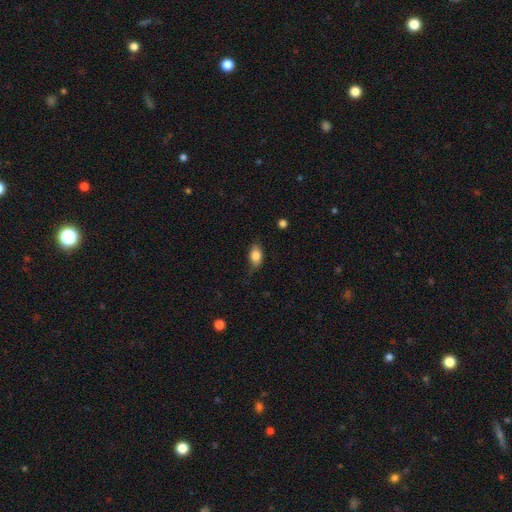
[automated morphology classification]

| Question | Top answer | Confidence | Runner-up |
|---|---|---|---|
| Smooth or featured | smooth | 83% | featured or disk (9%) |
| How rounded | in between | 85% | round (12%) |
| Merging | none | 70% | minor disturbance (23%) |